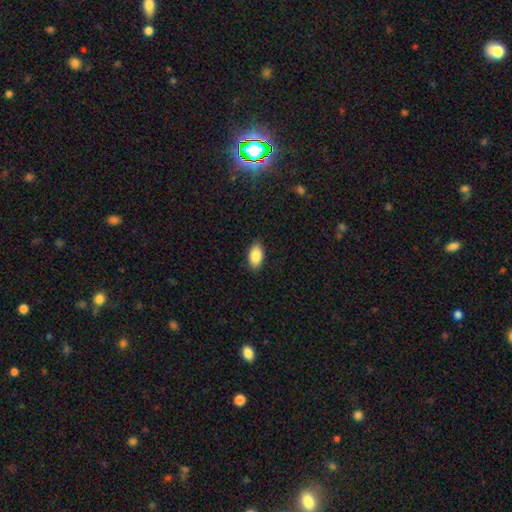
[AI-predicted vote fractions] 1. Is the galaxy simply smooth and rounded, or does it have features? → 87% smooth, 7% star or artifact, 6% featured or disk.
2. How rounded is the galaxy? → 93% in between, 5% round, 3% cigar-shaped.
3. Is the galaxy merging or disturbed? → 87% none, 9% minor disturbance, 2% major disturbance, 1% merger.